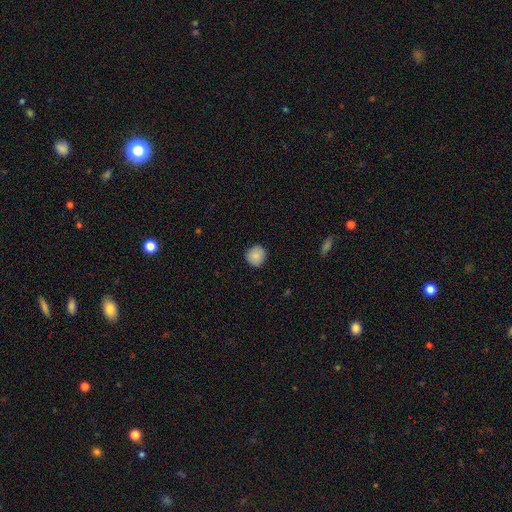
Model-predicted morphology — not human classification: Smooth or featured: smooth — 86% (star or artifact — 8%)
How rounded: round — 91% (in between — 8%)
Merging: none — 87% (minor disturbance — 10%)